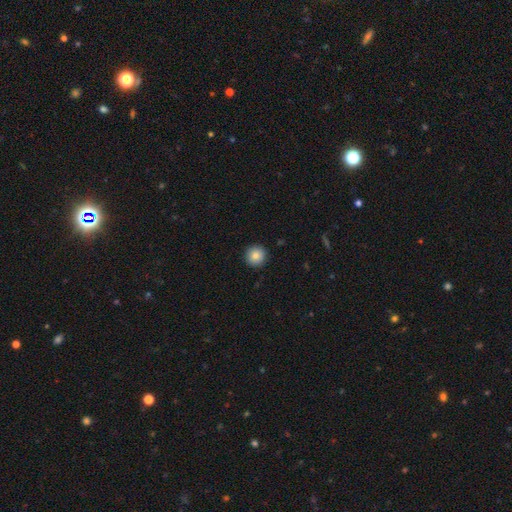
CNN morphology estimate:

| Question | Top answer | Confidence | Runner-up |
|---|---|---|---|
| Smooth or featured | smooth | 84% | star or artifact (9%) |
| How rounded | round | 95% | in between (4%) |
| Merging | none | 92% | minor disturbance (5%) |